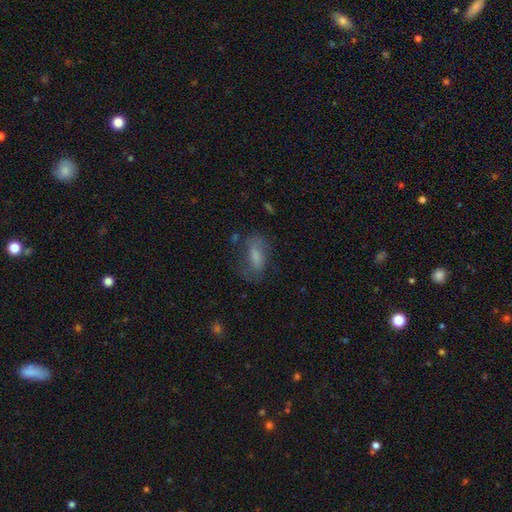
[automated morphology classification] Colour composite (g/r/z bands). It shows a smooth galaxy with no disk features (60%) that is in between round and cigar-shaped (76%). Merging: none (54%).